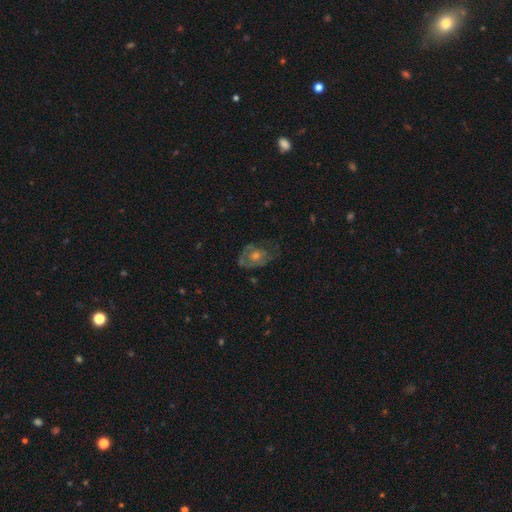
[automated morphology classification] Smooth or featured?
  - featured or disk: 61% *
  - smooth: 27%
  - star or artifact: 11%
Edge-on disk?
  - no: 95% *
  - yes: 5%
Bar?
  - no: 82% *
  - weak: 15%
  - strong: 3%
Spiral arms?
  - yes: 56% *
  - no: 44%
Bulge size?
  - moderate: 59% *
  - small: 25%
  - large: 10%
  - none: 4%
  - dominant: 2%
Merging?
  - none: 59% *
  - minor disturbance: 23%
  - major disturbance: 16%
  - merger: 2%